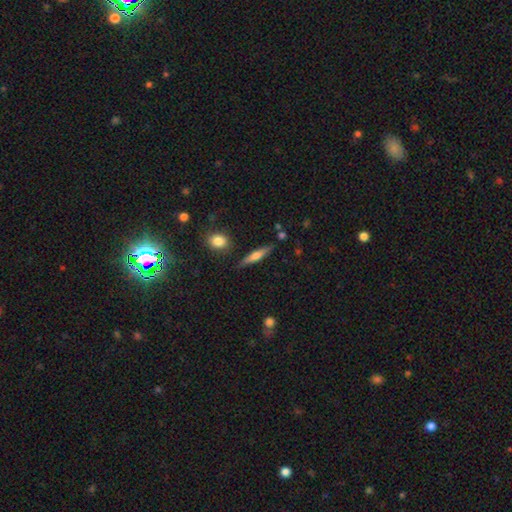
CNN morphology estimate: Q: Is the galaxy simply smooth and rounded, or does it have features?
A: smooth — 49%.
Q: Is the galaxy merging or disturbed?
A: none — 84%.